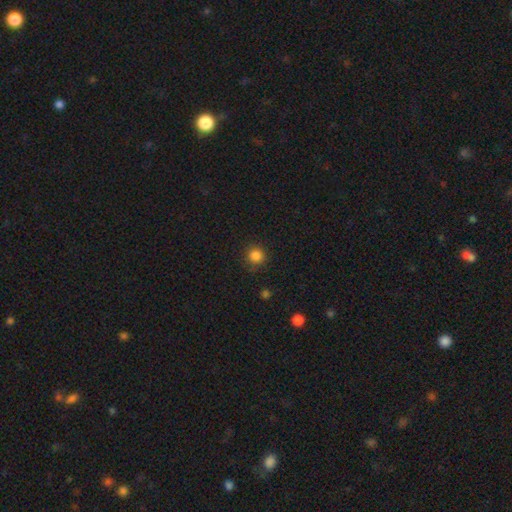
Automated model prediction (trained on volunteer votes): smooth-or-featured: smooth: 84% | star or artifact: 12% | featured or disk: 4%
  how-rounded: round: 93% | in between: 6% | cigar-shaped: 1%
  merging: none: 85% | minor disturbance: 10% | major disturbance: 3% | merger: 1%